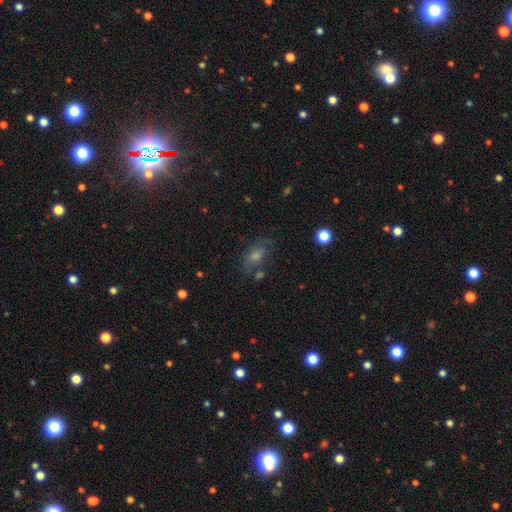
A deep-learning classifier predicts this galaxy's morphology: Smooth or featured? smooth (46%)
Merging? none (68%)